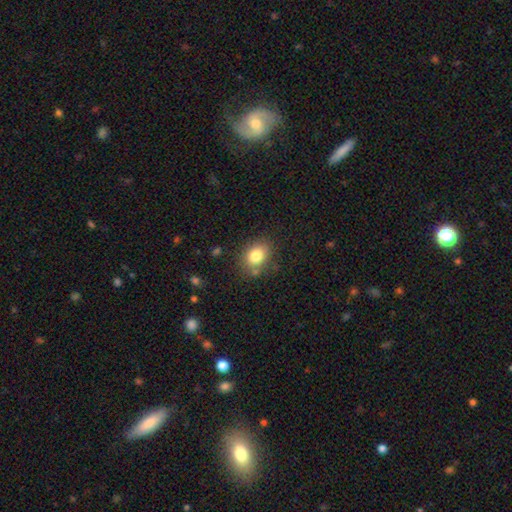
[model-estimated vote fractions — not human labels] Overall: smooth (82%). How rounded: in between (62%; round 37%). Merging: none (77%).